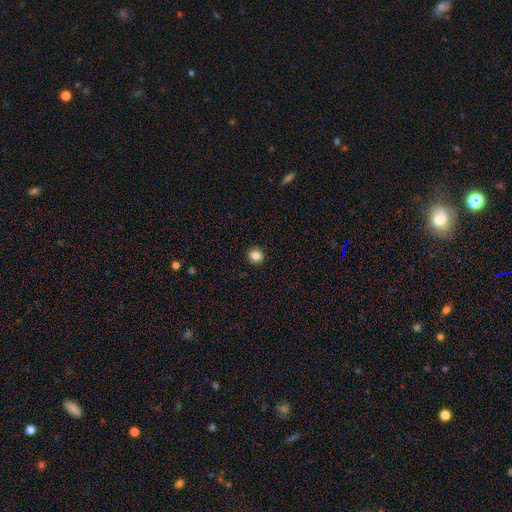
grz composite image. It shows a smooth galaxy with no disk features (87%) that is round (88%). Merging: none (94%).